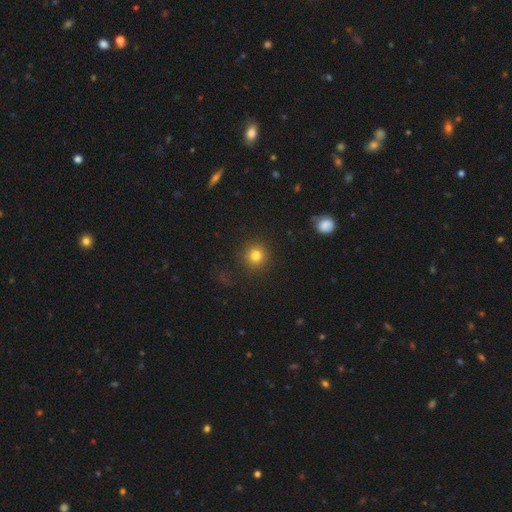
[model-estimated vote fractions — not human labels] The model was most divided on "smooth or featured": smooth: 81%, star or artifact: 13%, featured or disk: 6%. More confident: how rounded — round (94%); merging — none (88%).